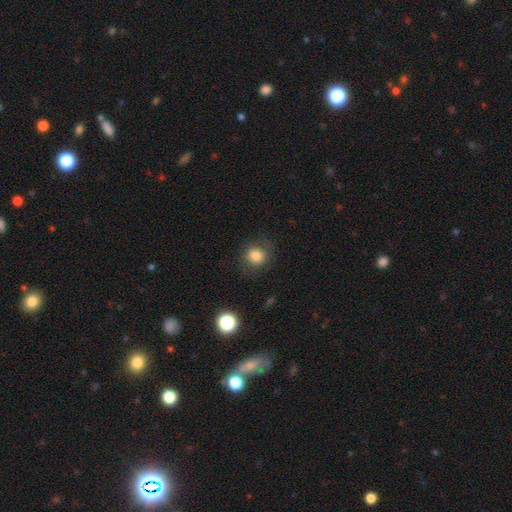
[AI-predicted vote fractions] smooth 81%, star or artifact 11%, featured or disk 9%. Down the decision tree: how rounded — round (77%); merging — none (78%).